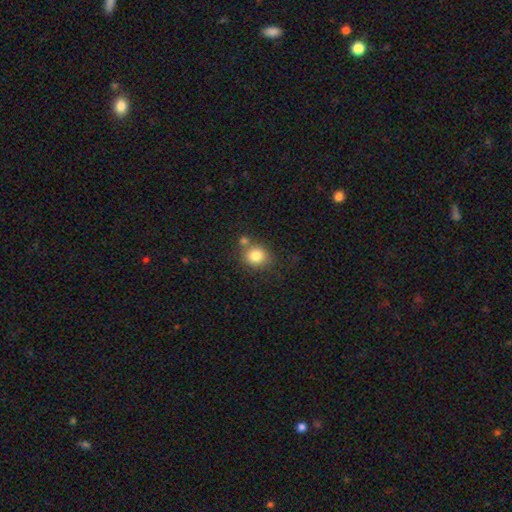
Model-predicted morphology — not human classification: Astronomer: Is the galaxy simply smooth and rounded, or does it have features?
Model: smooth — 82%.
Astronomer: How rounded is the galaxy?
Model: round — 75%.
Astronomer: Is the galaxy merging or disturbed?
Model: none — 65%.